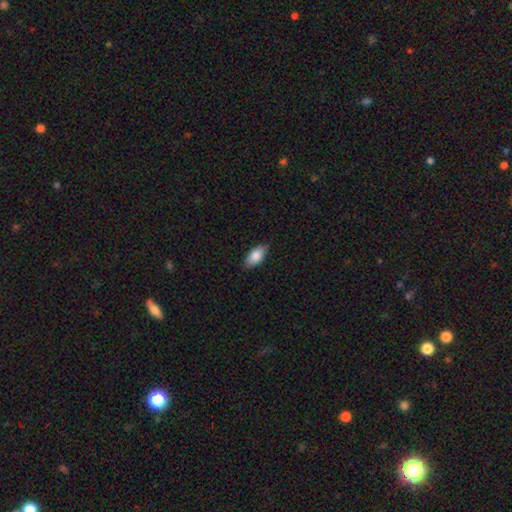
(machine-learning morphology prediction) smooth_or_featured: smooth (p=0.85) [alt: featured or disk p=0.09]
how_rounded: in between (p=0.91) [alt: cigar-shaped p=0.06]
merging: none (p=0.85) [alt: minor disturbance p=0.12]